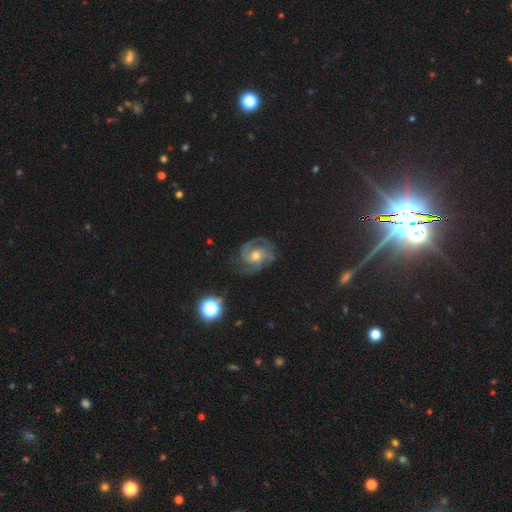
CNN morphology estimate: smooth-or-featured: featured or disk: 84% | smooth: 9% | star or artifact: 7%
  disk-edge-on: no: 98% | yes: 2%
    bar: no: 65% | weak: 29% | strong: 6%
    has-spiral-arms: yes: 96% | no: 4%
      spiral-winding: tight: 46% | medium: 44% | loose: 10%
      spiral-arm-count: 3: 41% | 2: 26% | can't tell: 16% | 4: 7% | 1: 5% | more than 4: 5%
    bulge-size: moderate: 71% | small: 21% | large: 5% | none: 1% | dominant: 1%
  merging: none: 69% | minor disturbance: 20% | major disturbance: 10% | merger: 2%